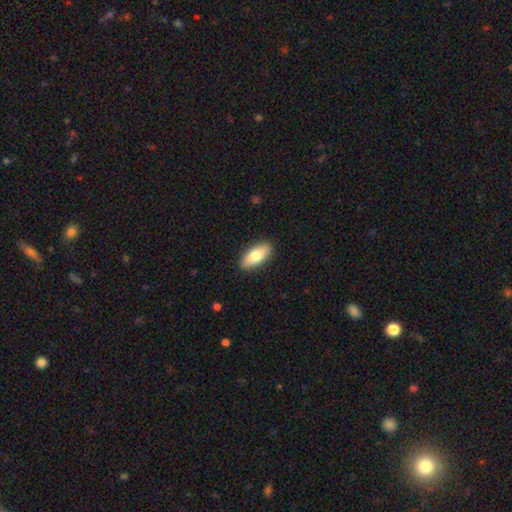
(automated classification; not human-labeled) Overall: smooth (78%). How rounded: in between (86%). Merging: none (89%).